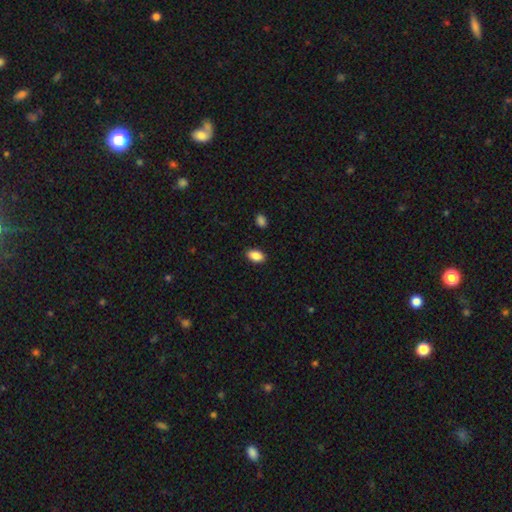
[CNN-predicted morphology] This appears to be a smooth galaxy with no disk features (88%) that is in between round and cigar-shaped (91%). Merging: none (89%).